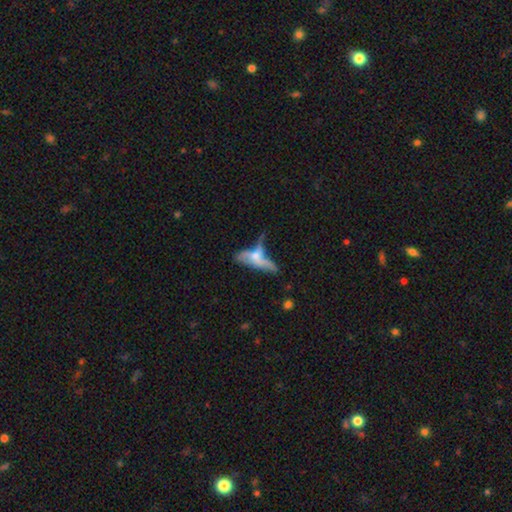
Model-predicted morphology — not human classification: type=featured or disk (46%); merging=merger (37%).